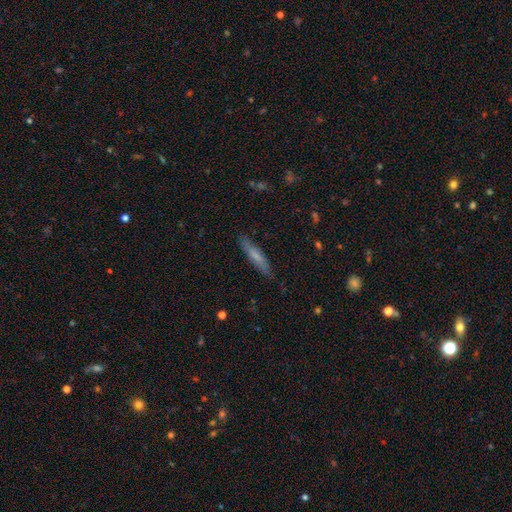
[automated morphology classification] Smooth or featured?
  - smooth: 67% *
  - featured or disk: 26%
  - star or artifact: 6%
How rounded?
  - cigar-shaped: 88% *
  - in between: 10%
  - round: 1%
Merging?
  - none: 84% *
  - minor disturbance: 12%
  - major disturbance: 2%
  - merger: 1%